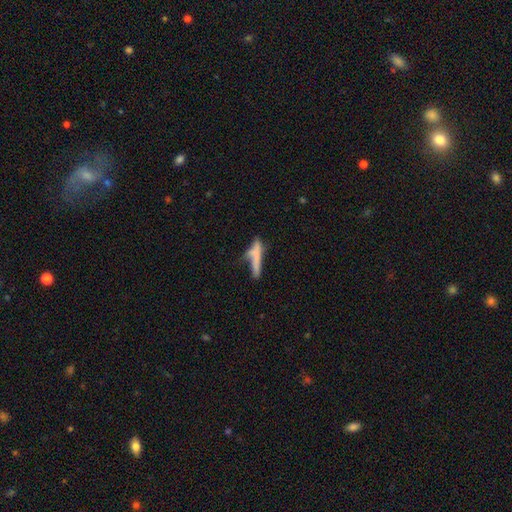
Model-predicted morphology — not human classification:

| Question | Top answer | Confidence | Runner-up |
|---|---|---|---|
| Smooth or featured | smooth | 62% | featured or disk (28%) |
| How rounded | cigar-shaped | 87% | in between (10%) |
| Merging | none | 45% | merger (22%) |